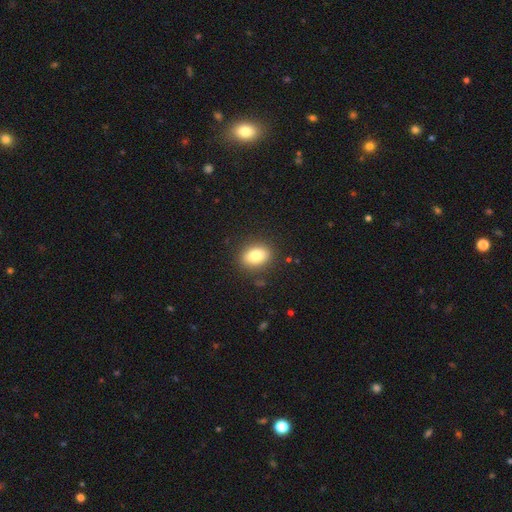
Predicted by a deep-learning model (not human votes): The model was most divided on "how rounded": in between: 74%, round: 24%, cigar-shaped: 2%. More confident: merging — none (87%); smooth or featured — smooth (83%).